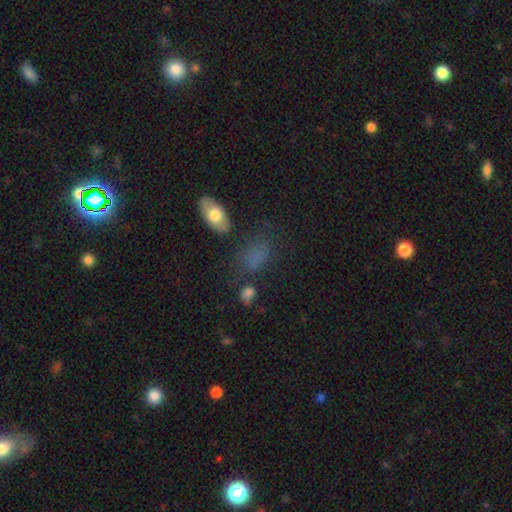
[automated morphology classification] type=smooth (70%); roundness=in between (81%); merging=none (55%).